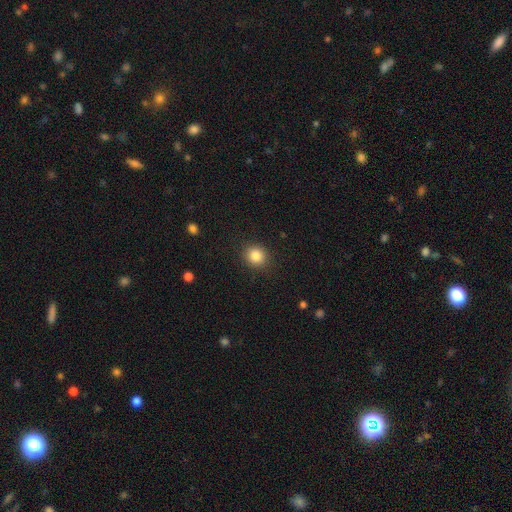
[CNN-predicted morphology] Q: Smooth or featured?
A: smooth (85%); runner-up: star or artifact (10%)
Q: How rounded?
A: round (83%); runner-up: in between (16%)
Q: Merging?
A: none (89%); runner-up: minor disturbance (7%)